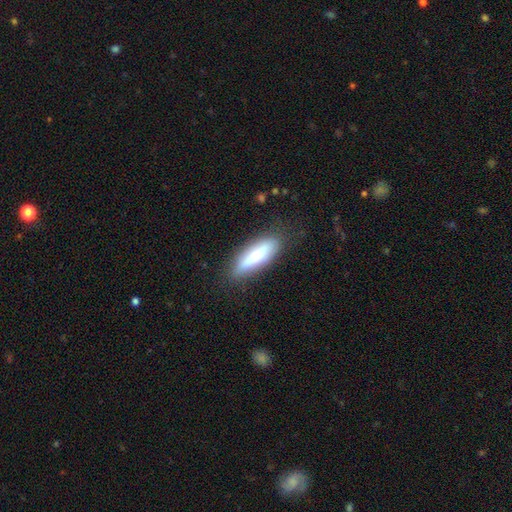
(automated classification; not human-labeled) Overall: smooth (71%). How rounded: cigar-shaped (61%; in between 38%). Merging: none (81%).